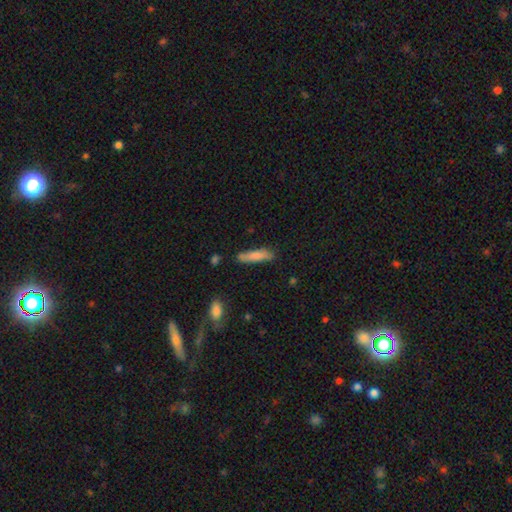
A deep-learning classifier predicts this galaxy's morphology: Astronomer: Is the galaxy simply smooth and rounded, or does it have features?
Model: smooth — 79%.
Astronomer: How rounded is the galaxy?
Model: cigar-shaped — 81%.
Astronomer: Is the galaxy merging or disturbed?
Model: none — 78%.